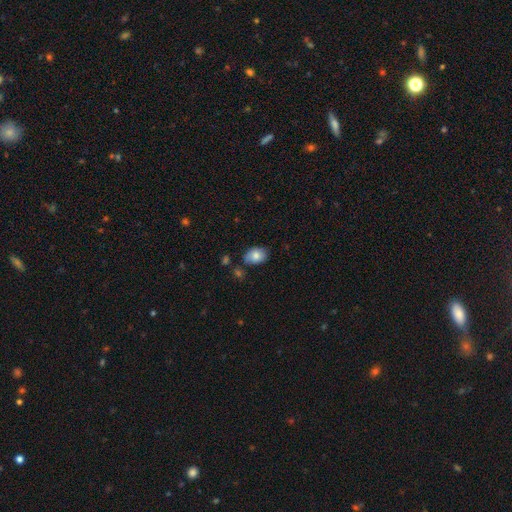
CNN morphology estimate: type=smooth (80%); roundness=in between (78%); merging=none (68%).